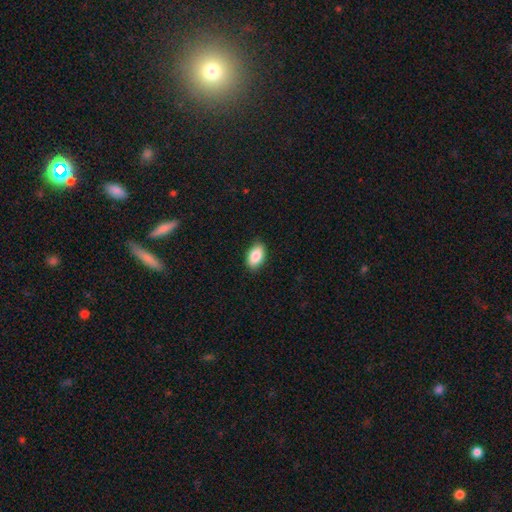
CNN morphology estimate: This appears to be a smooth galaxy with no disk features (87%) that is in between round and cigar-shaped (92%). Merging: none (86%).